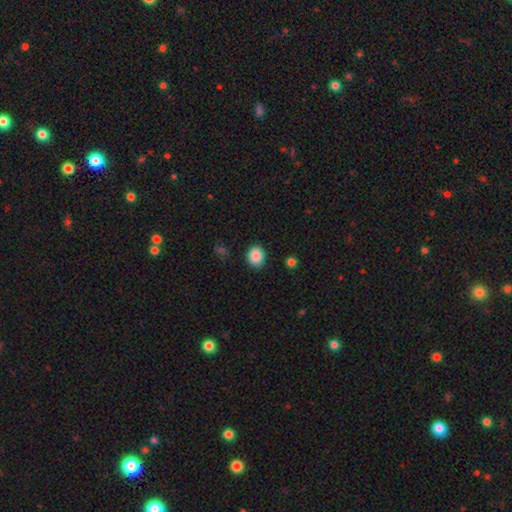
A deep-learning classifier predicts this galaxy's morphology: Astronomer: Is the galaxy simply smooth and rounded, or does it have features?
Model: smooth — 88%.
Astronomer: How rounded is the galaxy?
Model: round — 63%.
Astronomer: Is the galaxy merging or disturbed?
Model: none — 88%.